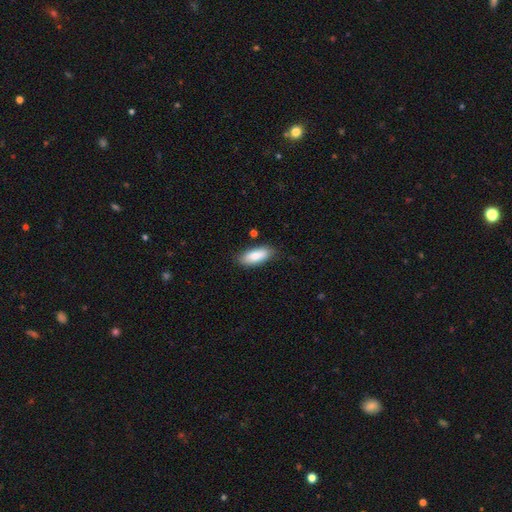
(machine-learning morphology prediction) The model was most divided on "how rounded": in between: 80%, cigar-shaped: 18%, round: 2%. More confident: smooth or featured — smooth (82%); merging — none (80%).